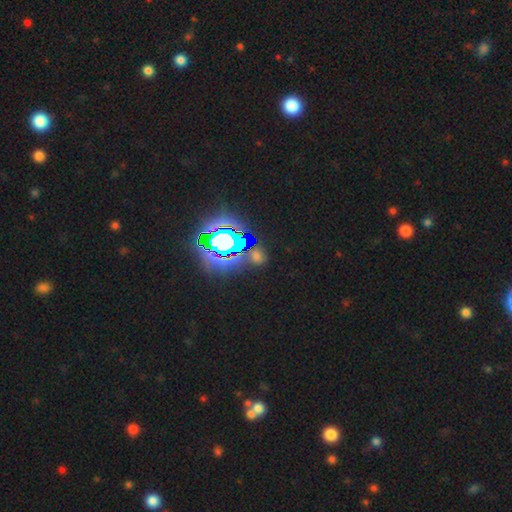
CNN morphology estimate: Overall: star or artifact (61%; smooth 28%).